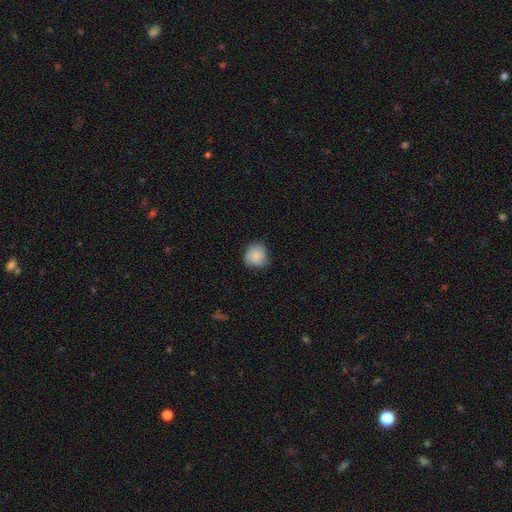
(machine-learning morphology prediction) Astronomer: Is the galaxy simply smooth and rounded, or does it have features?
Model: smooth — 81%.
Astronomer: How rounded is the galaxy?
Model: round — 83%.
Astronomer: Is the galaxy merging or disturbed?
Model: none — 66%.